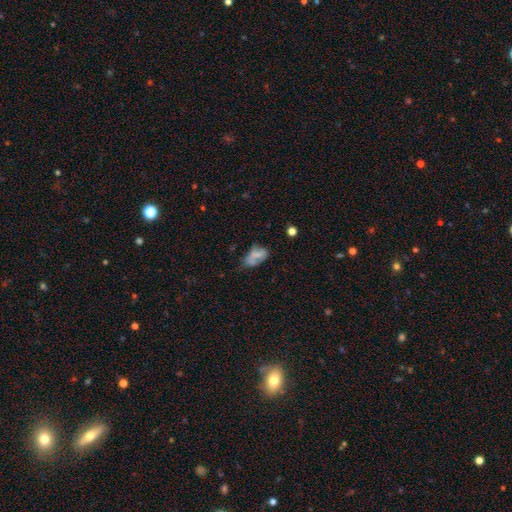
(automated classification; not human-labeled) Overall: smooth (62%; featured or disk 26%). How rounded: in between (89%). Merging: none (35%; minor disturbance 31%).